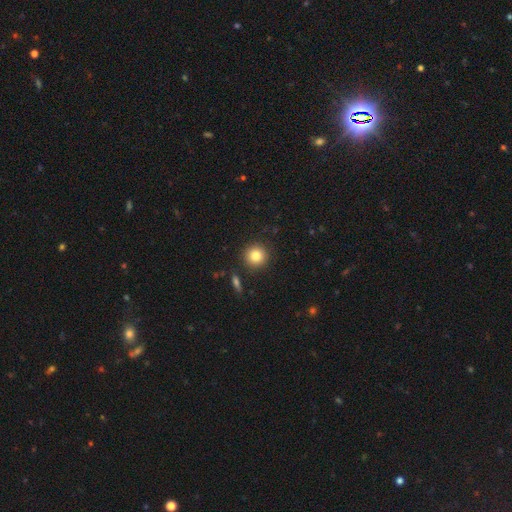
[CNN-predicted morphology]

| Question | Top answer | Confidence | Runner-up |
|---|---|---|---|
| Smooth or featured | smooth | 81% | star or artifact (10%) |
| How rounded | round | 94% | in between (5%) |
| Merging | none | 89% | minor disturbance (6%) |